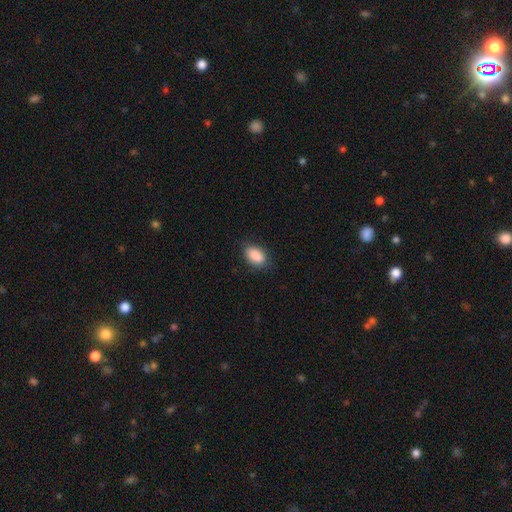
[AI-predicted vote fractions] Morphology: type=smooth (89%); roundness=in between (91%); merging=none (82%).